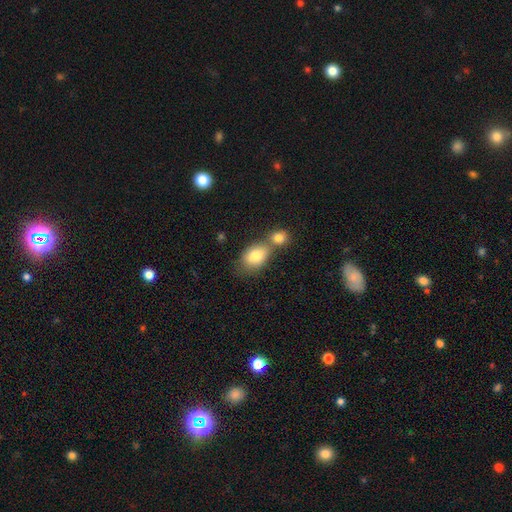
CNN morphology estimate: A smooth galaxy with no disk features (84%) that is in between round and cigar-shaped (80%). Merging: merger (49%).